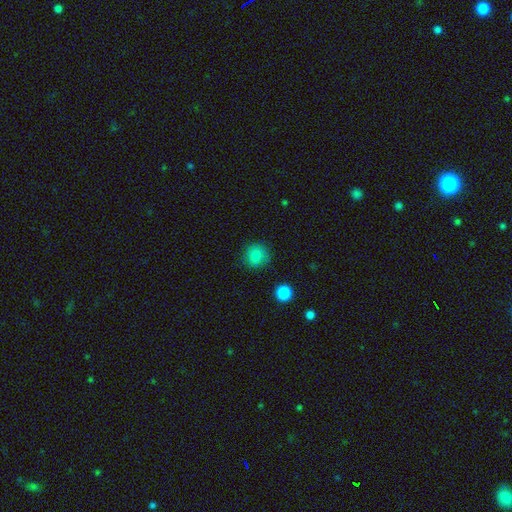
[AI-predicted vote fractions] Morphology: type=smooth (84%); roundness=round (91%); merging=none (86%).